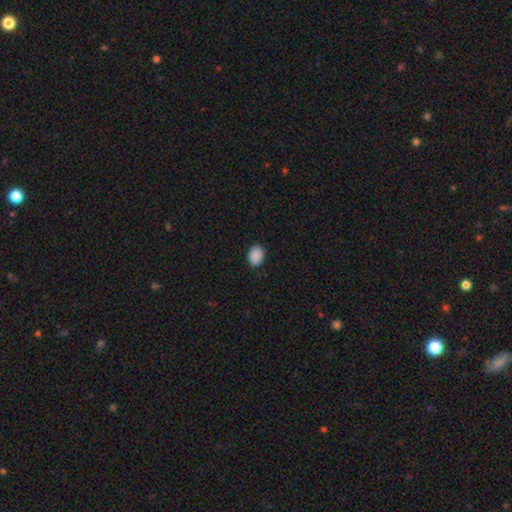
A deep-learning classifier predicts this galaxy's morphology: A smooth galaxy with no disk features (90%) that is in between round and cigar-shaped (81%). Merging: none (87%).